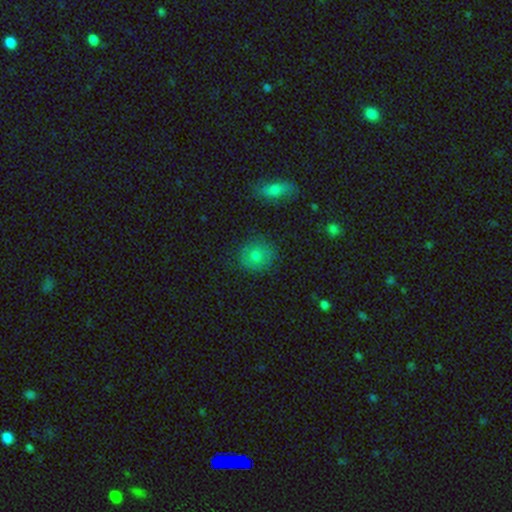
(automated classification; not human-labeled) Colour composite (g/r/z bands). It shows a smooth galaxy with no disk features (78%) that is round (81%). Merging: none (85%).